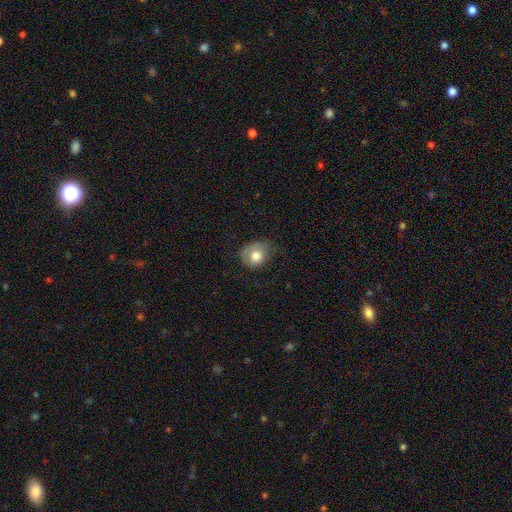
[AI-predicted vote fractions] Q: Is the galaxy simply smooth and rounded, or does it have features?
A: smooth — 75%.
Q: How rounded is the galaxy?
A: round — 61%.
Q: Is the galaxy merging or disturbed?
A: none — 47%.